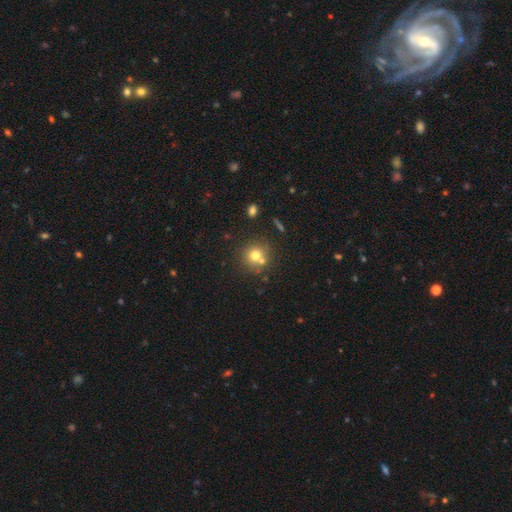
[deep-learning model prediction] A smooth galaxy with no disk features (71%) that is round (90%).

Vote fractions:
- Smooth or featured? smooth: 71% / star or artifact: 15% / featured or disk: 14%
- How rounded? round: 90% / in between: 9% / cigar-shaped: 1%
- Merging? none: 64% / merger: 24% / minor disturbance: 9% / major disturbance: 3%